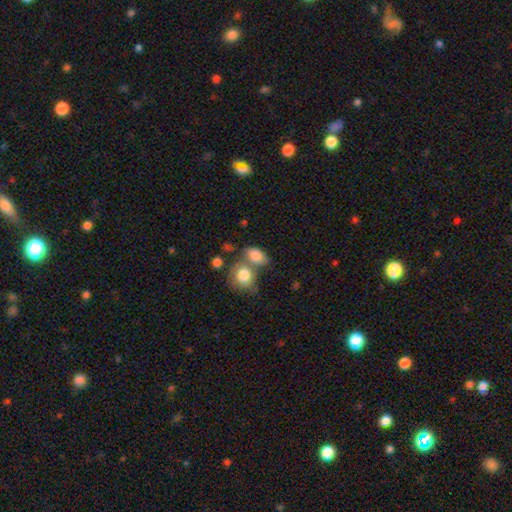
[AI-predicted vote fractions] Morphology: type=smooth (81%); roundness=in between (75%); merging=merger (46%).